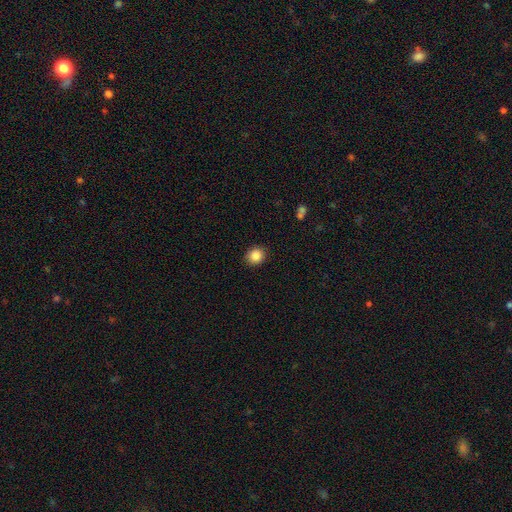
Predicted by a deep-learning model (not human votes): A smooth galaxy with no disk features (86%) that is round (77%). Merging: none (89%).